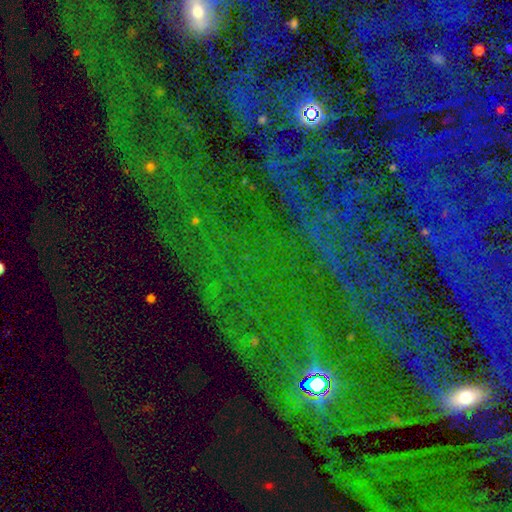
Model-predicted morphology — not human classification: Smooth or featured? Predicted: star or artifact (p=0.78).